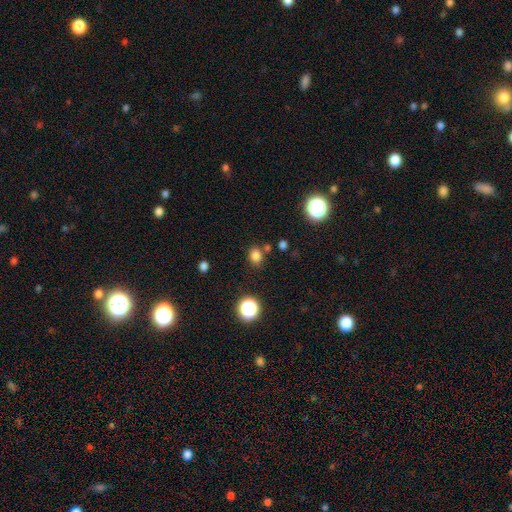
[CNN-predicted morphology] Overall: smooth (79%). How rounded: round (62%; in between 37%). Merging: none (77%).